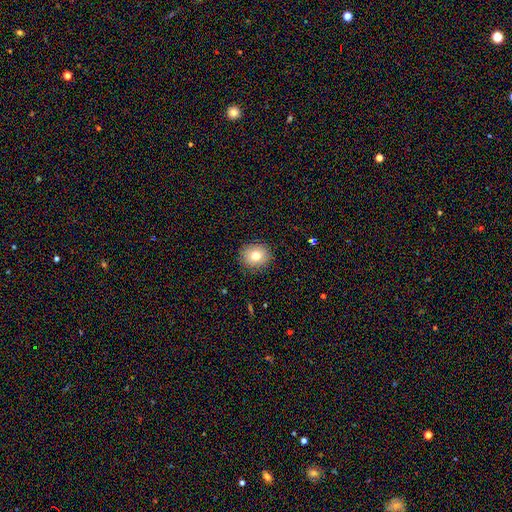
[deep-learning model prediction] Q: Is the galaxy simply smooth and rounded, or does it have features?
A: smooth — 77%.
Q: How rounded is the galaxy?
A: round — 82%.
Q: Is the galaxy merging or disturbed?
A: none — 89%.